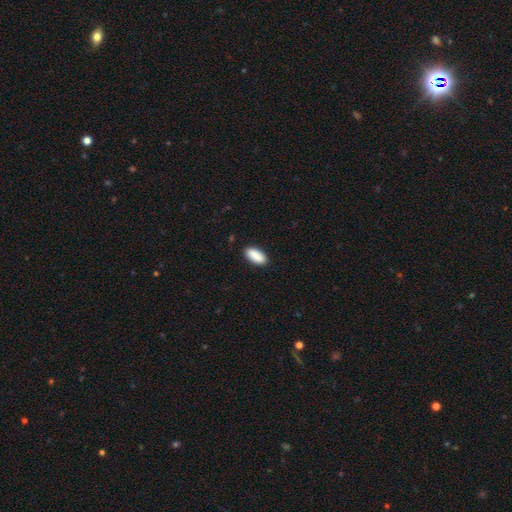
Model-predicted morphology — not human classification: Overall: smooth (90%). How rounded: in between (88%). Merging: none (88%).